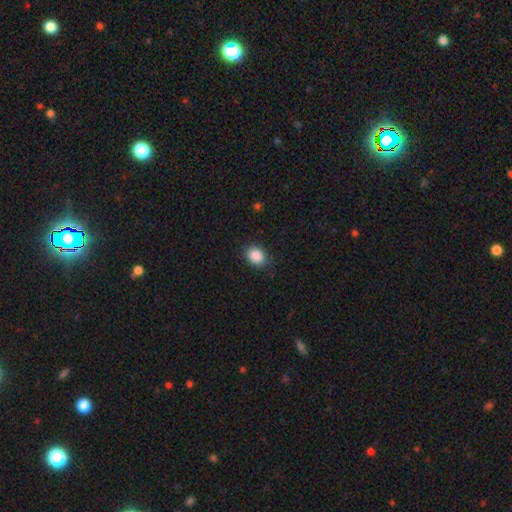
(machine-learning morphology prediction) type=smooth (88%); roundness=in between (54%); merging=none (84%).